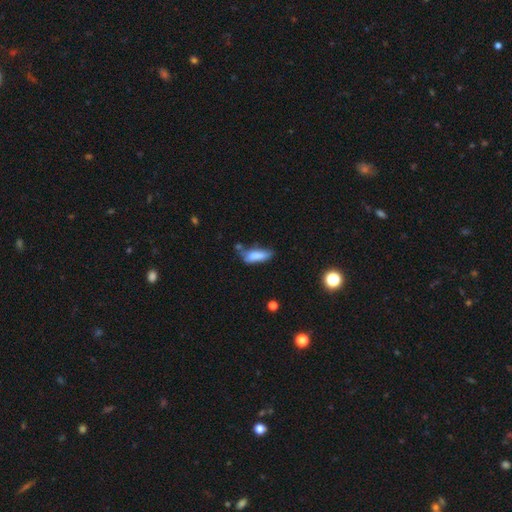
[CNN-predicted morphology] Smooth or featured? smooth (75%)
How rounded? in between (55%)
Merging? none (36%)